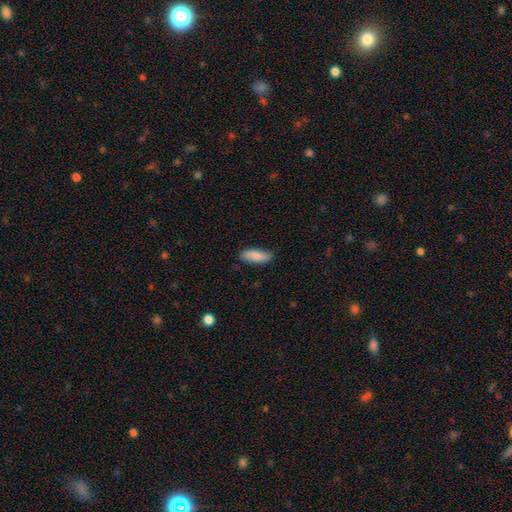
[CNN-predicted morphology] smooth-or-featured: smooth: 86% | featured or disk: 8% | star or artifact: 6%
  how-rounded: in between: 64% | cigar-shaped: 34% | round: 2%
  merging: none: 84% | minor disturbance: 13% | major disturbance: 2% | merger: 1%